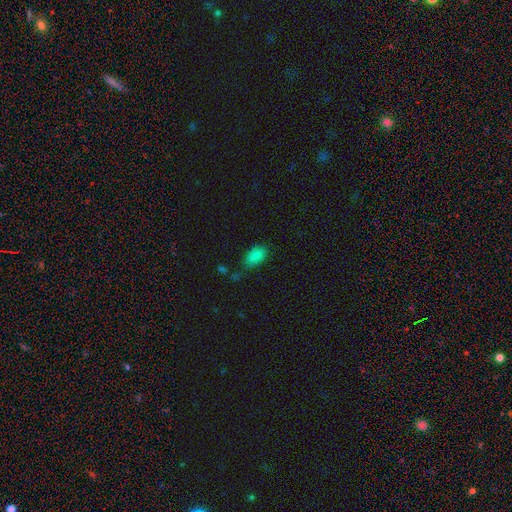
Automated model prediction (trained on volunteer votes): Smooth or featured?
  - smooth: 86% *
  - star or artifact: 10%
  - featured or disk: 4%
How rounded?
  - in between: 92% *
  - round: 5%
  - cigar-shaped: 3%
Merging?
  - none: 59% *
  - minor disturbance: 26%
  - merger: 8%
  - major disturbance: 7%